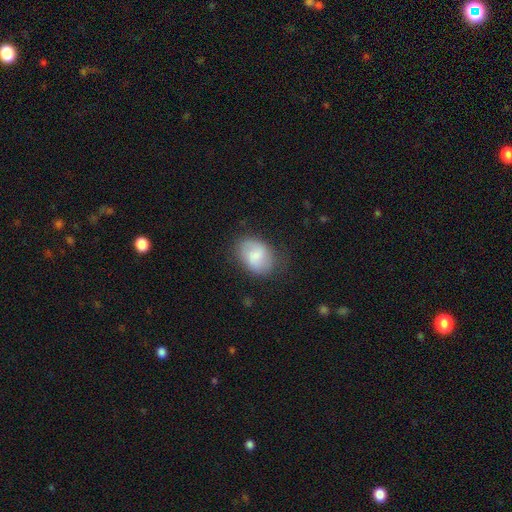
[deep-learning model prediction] Smooth or featured?
  - smooth: 66% *
  - featured or disk: 27%
  - star or artifact: 7%
How rounded?
  - in between: 73% *
  - round: 26%
  - cigar-shaped: 1%
Merging?
  - none: 69% *
  - minor disturbance: 21%
  - major disturbance: 8%
  - merger: 1%